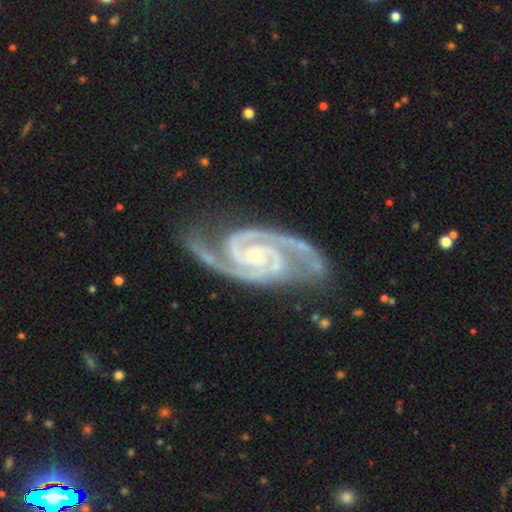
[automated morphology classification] type=featured or disk (95%); edge-on=no (98%); bar=no (55%); spiral arms=yes (99%); winding=tight (55%); arm count=2 (89%); bulge=small (75%); merging=none (75%).